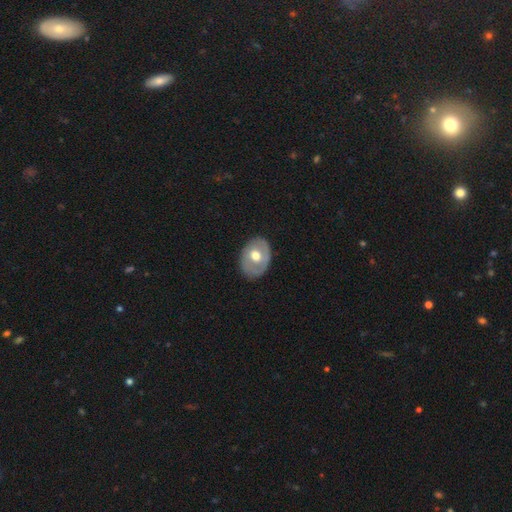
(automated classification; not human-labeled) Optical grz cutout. It shows a smooth galaxy with no disk features (49%). Merging: none (79%).